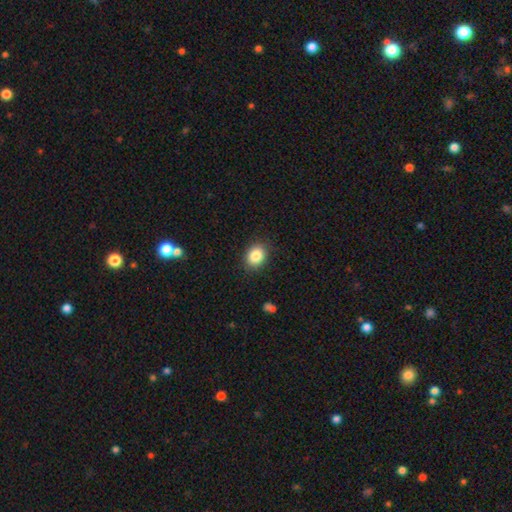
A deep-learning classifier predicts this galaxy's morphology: A smooth galaxy with no disk features (85%) that is in between round and cigar-shaped (50%). Merging: none (87%).